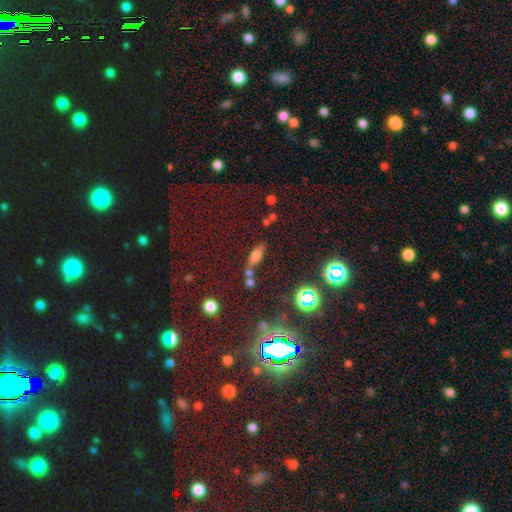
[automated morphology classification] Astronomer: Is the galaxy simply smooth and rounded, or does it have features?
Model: smooth — 58%.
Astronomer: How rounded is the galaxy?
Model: in between — 51% (runner-up: cigar-shaped, 40%).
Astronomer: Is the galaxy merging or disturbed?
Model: none — 60%.